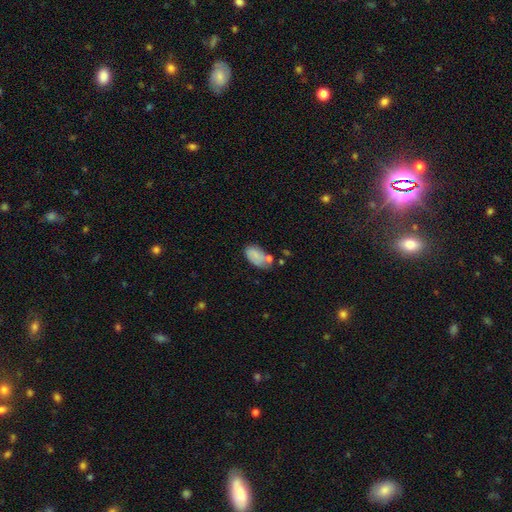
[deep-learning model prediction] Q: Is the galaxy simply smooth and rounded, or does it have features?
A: smooth — 78%.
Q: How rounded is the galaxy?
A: in between — 93%.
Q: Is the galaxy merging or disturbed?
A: none — 48%.